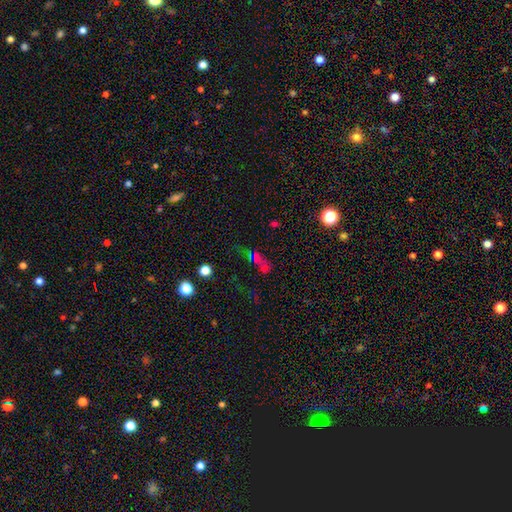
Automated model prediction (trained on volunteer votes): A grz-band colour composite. It shows a star or artifact, not a galaxy (43%).